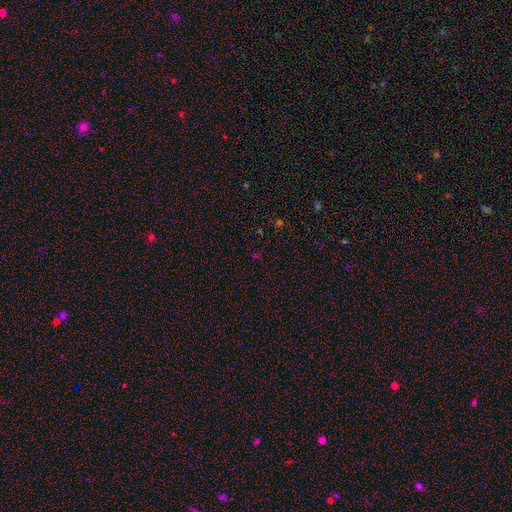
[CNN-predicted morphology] A star or artifact, not a galaxy (62%).